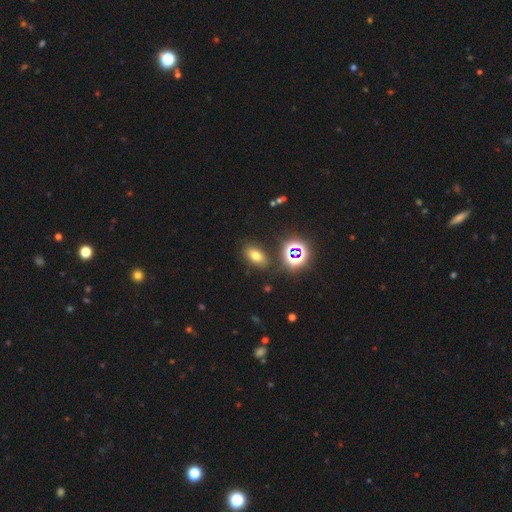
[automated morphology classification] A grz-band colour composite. It shows a smooth galaxy with no disk features (62%) that is in between round and cigar-shaped (80%). Merging: none (84%).